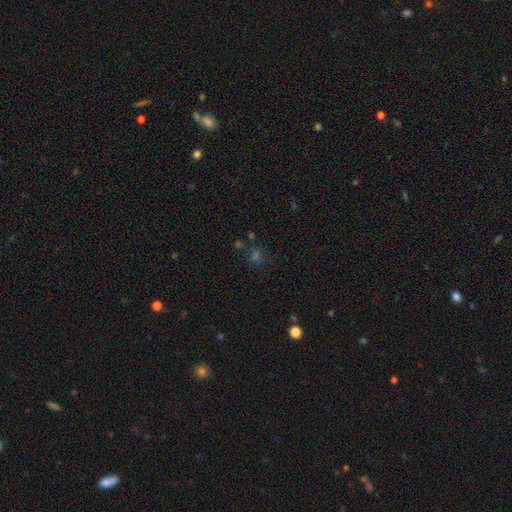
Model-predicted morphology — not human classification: Q: Smooth or featured?
A: star or artifact (46%); runner-up: smooth (44%)